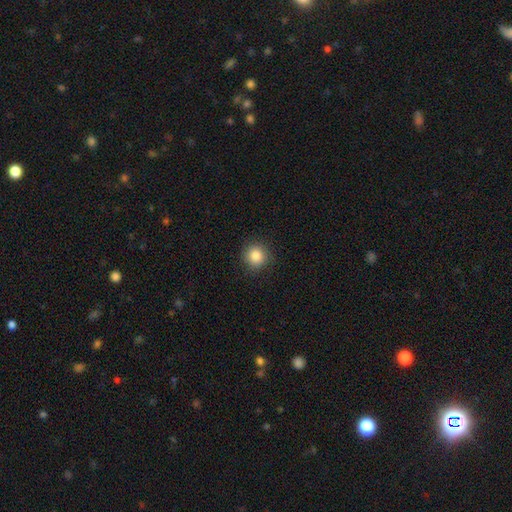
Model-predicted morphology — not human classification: Smooth or featured? Predicted: smooth (p=0.85). How rounded? Predicted: round (p=0.91). Merging? Predicted: none (p=0.90).